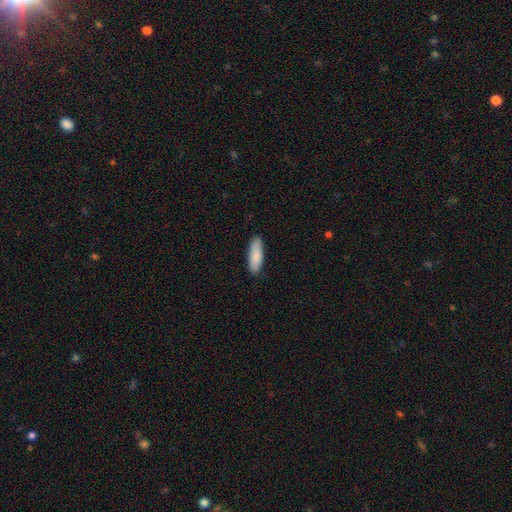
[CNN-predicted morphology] Smooth or featured?
  - smooth: 88% *
  - featured or disk: 6%
  - star or artifact: 5%
How rounded?
  - in between: 51% *
  - cigar-shaped: 47%
  - round: 1%
Merging?
  - none: 88% *
  - minor disturbance: 9%
  - major disturbance: 2%
  - merger: 1%